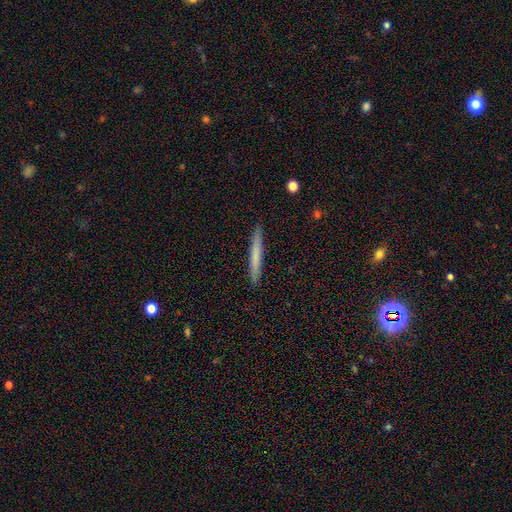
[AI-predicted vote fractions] Smooth or featured? Predicted: smooth (p=0.67). How rounded? Predicted: cigar-shaped (p=0.96). Merging? Predicted: none (p=0.91).